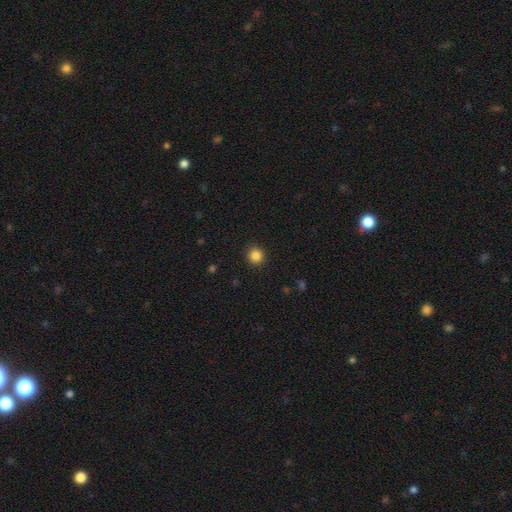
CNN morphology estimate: smooth-or-featured: smooth: 85% | star or artifact: 11% | featured or disk: 3%
  how-rounded: round: 94% | in between: 5% | cigar-shaped: 1%
  merging: none: 92% | minor disturbance: 5% | major disturbance: 2% | merger: 1%